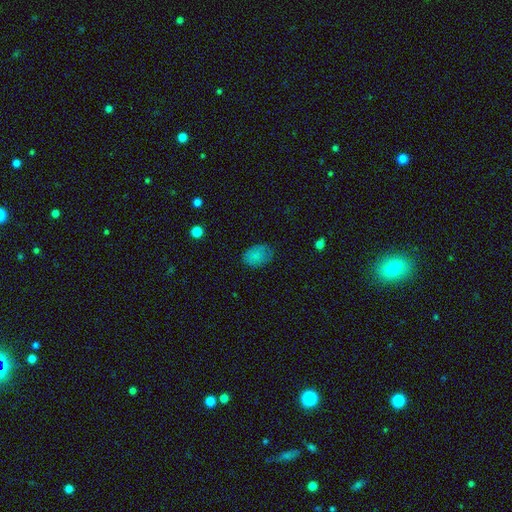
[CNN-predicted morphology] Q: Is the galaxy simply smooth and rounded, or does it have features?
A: smooth — 82%.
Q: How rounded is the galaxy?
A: in between — 81%.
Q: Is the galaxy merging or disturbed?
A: none — 71%.